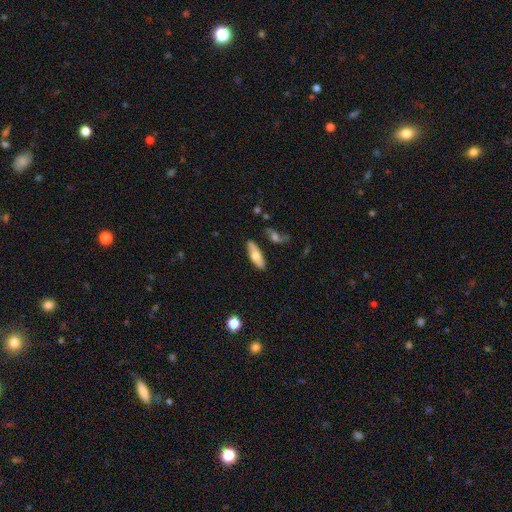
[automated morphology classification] This appears to be a smooth galaxy with no disk features (60%) that is in between round and cigar-shaped (59%). Merging: none (79%).